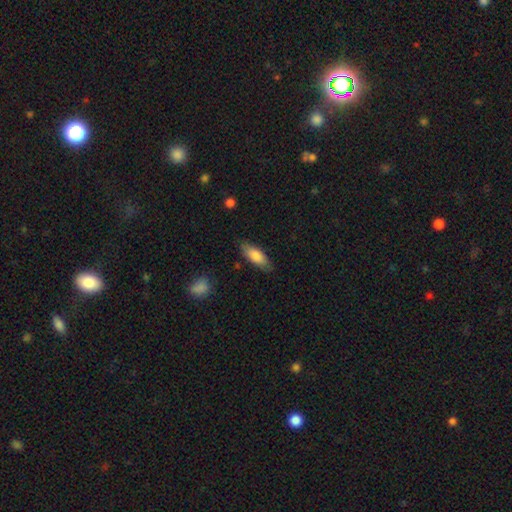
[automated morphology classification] Smooth or featured?
  - smooth: 84% *
  - featured or disk: 10%
  - star or artifact: 6%
How rounded?
  - in between: 71% *
  - cigar-shaped: 27%
  - round: 2%
Merging?
  - none: 81% *
  - minor disturbance: 15%
  - major disturbance: 3%
  - merger: 2%